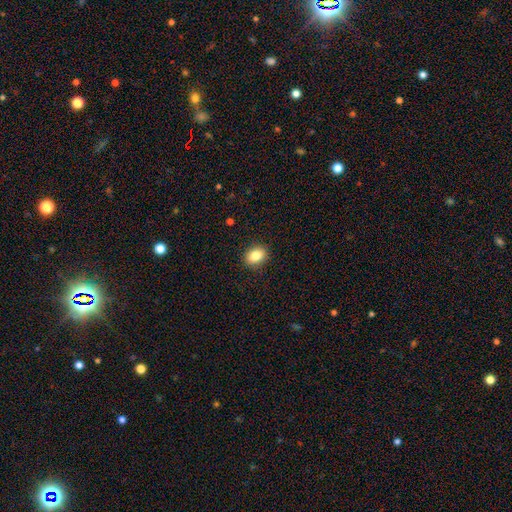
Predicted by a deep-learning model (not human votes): Overall: smooth (85%). How rounded: in between (71%). Merging: none (89%).